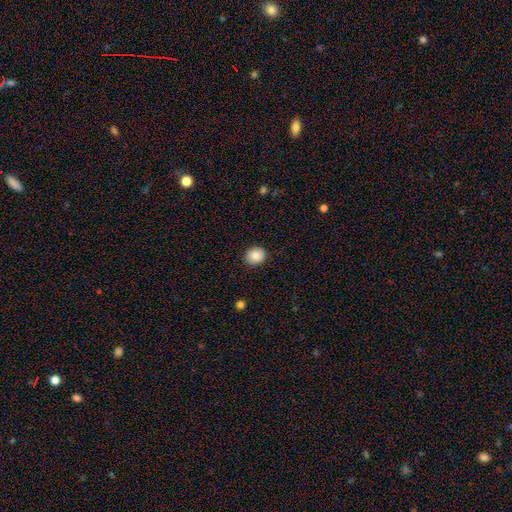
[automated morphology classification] smooth 86%, star or artifact 8%, featured or disk 5%. Down the decision tree: how rounded — round (63%); merging — none (89%).